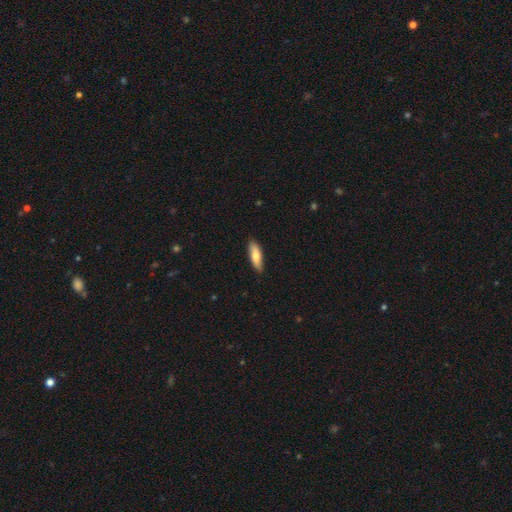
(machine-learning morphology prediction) This is likely a smooth galaxy (73%). How rounded: possibly cigar-shaped (50%). Merging: clearly none (85%).